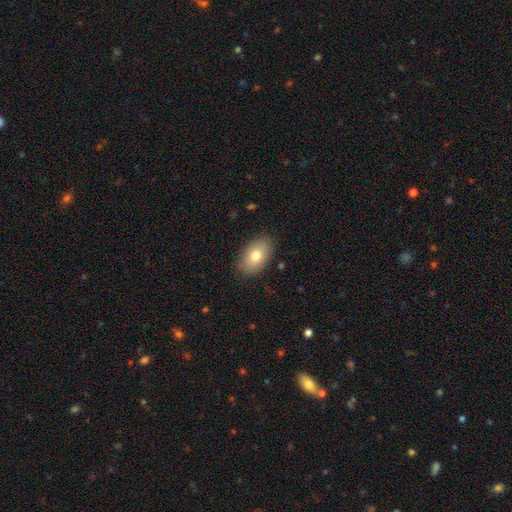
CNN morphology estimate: Smooth or featured? Predicted: smooth (p=0.77). How rounded? Predicted: in between (p=0.92). Merging? Predicted: none (p=0.85).